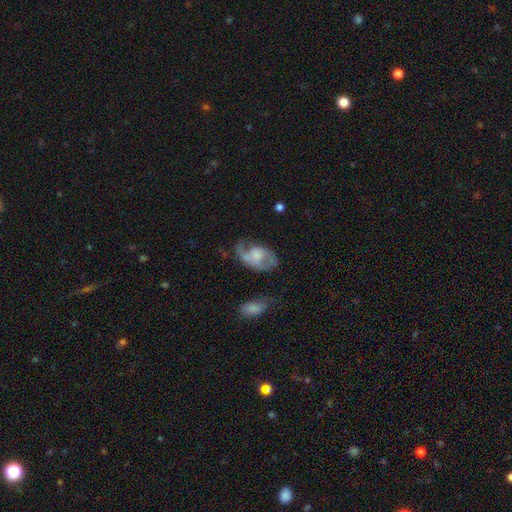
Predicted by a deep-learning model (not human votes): Smooth or featured? featured or disk (70%)
Edge-on disk? no (96%)
Bar? no (63%)
Spiral arms? yes (83%)
Spiral winding? loose (42%, tied with medium)
Spiral arm count? 2 (58%)
Bulge size? moderate (33%)
Merging? none (40%)